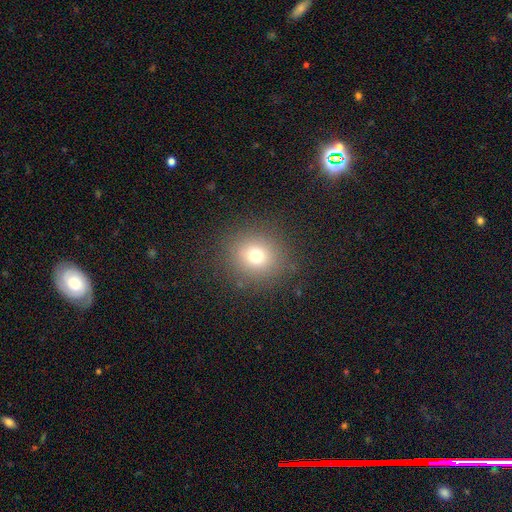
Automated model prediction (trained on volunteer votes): smooth 72%, star or artifact 17%, featured or disk 11%. Down the decision tree: how rounded — round (88%); merging — none (87%).